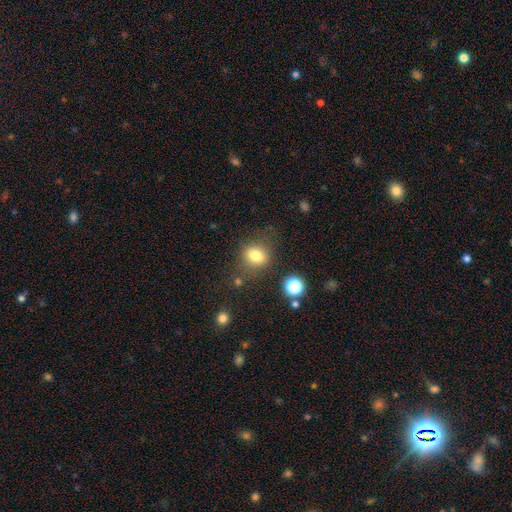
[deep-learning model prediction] smooth 78%, star or artifact 13%, featured or disk 9%. Down the decision tree: how rounded — round (50%); merging — none (74%).